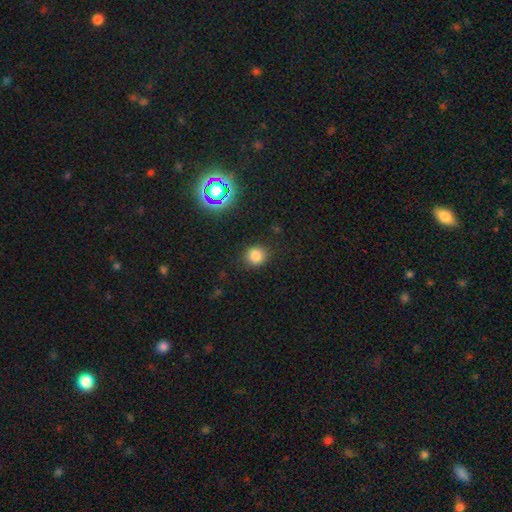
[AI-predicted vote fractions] smooth 79%, star or artifact 15%, featured or disk 6%. Down the decision tree: how rounded — round (87%); merging — none (87%).